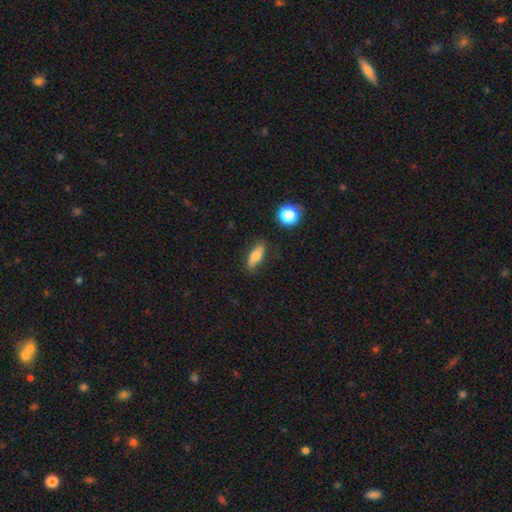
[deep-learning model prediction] Q: Smooth or featured?
A: smooth (69%); runner-up: featured or disk (22%)
Q: How rounded?
A: in between (67%); runner-up: cigar-shaped (28%)
Q: Merging?
A: none (80%); runner-up: minor disturbance (14%)